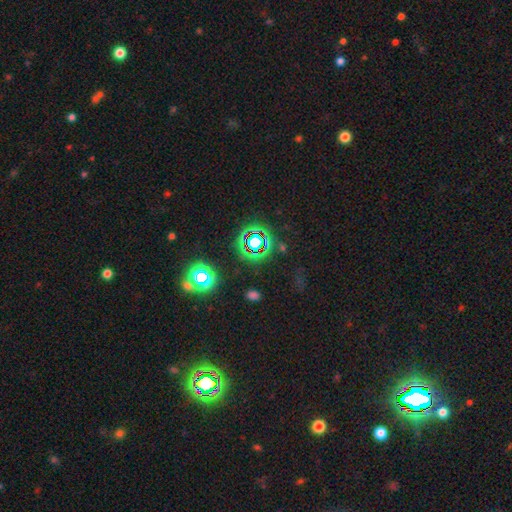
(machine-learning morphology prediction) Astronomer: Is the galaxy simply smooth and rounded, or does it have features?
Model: star or artifact — 71%.